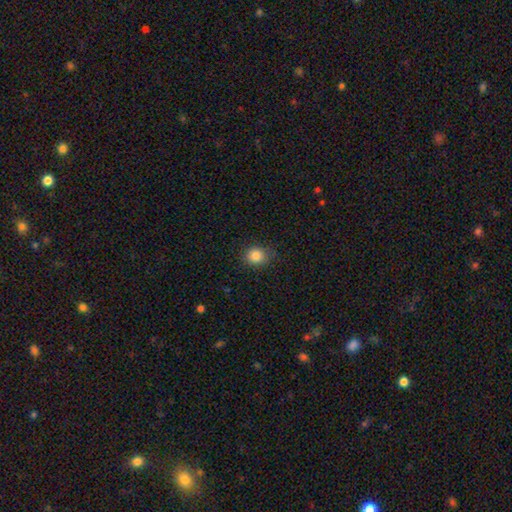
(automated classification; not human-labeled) Smooth or featured: smooth — 85% (star or artifact — 10%)
How rounded: round — 79% (in between — 20%)
Merging: none — 84% (minor disturbance — 12%)